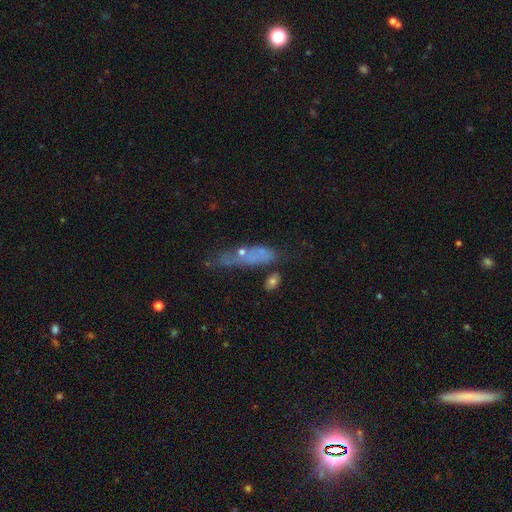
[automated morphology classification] Smooth or featured? Predicted: smooth (p=0.53). How rounded? Predicted: cigar-shaped (p=0.57). Merging? Predicted: none (p=0.38).